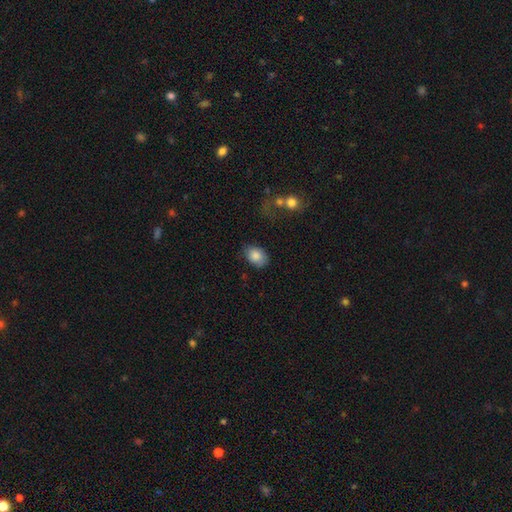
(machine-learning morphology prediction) Smooth or featured? Predicted: smooth (p=0.85). How rounded? Predicted: in between (p=0.74). Merging? Predicted: none (p=0.68).